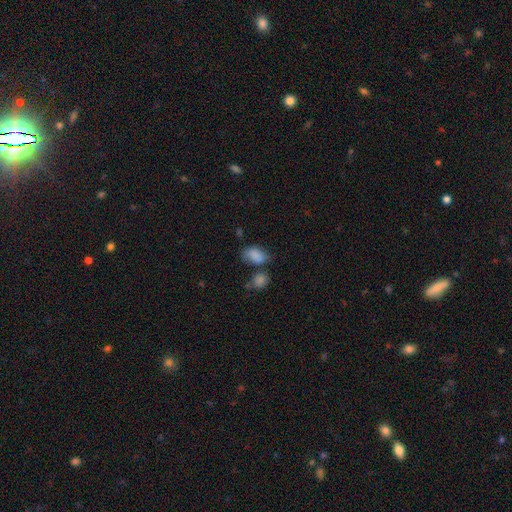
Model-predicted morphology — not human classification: A smooth galaxy with no disk features (84%) that is in between round and cigar-shaped (88%). Merging: none (44%).